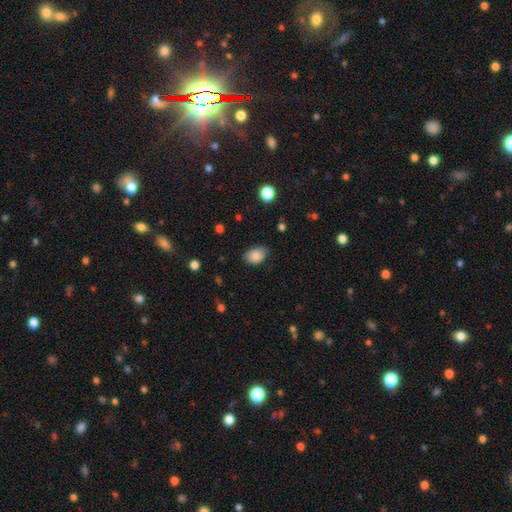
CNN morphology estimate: type=smooth (86%); roundness=in between (82%); merging=none (72%).